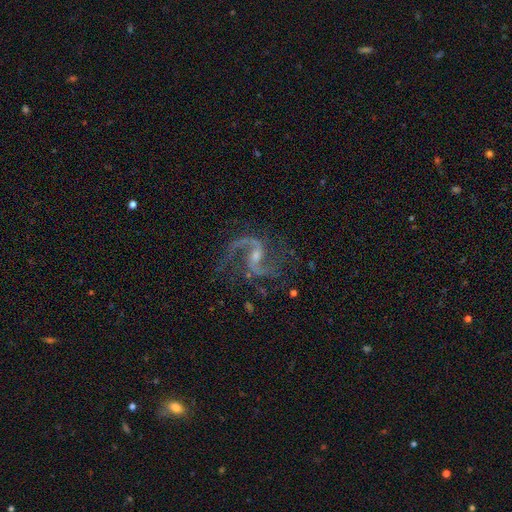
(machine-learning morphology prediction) type=featured or disk (92%); edge-on=no (98%); bar=weak (50%); spiral arms=yes (98%); winding=loose (53%); arm count=2 (90%); bulge=small (48%); merging=none (70%).